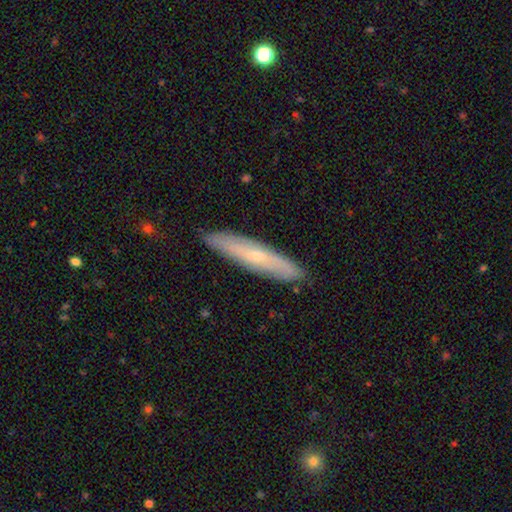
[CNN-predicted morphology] type=featured or disk (48%); merging=none (88%).